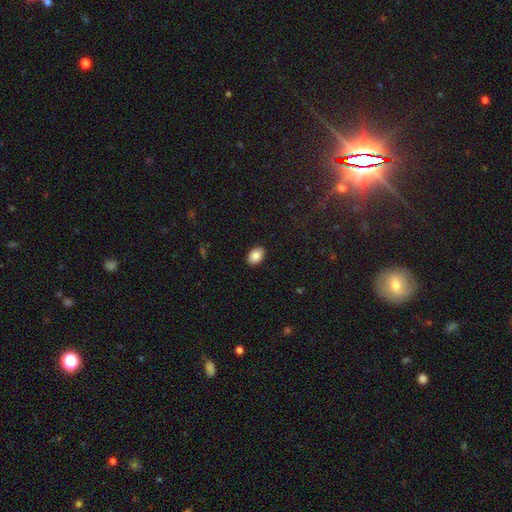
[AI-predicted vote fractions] A smooth galaxy with no disk features (86%) that is in between round and cigar-shaped (83%).

Vote fractions:
- Smooth or featured? smooth: 86% / star or artifact: 8% / featured or disk: 6%
- How rounded? in between: 83% / round: 16% / cigar-shaped: 1%
- Merging? none: 89% / minor disturbance: 8% / major disturbance: 2% / merger: 1%